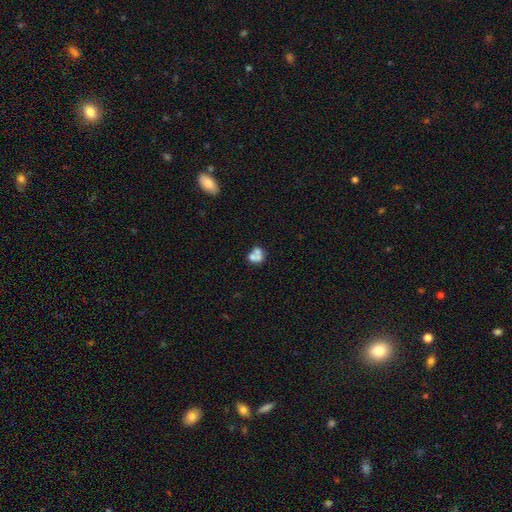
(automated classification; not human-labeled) A smooth galaxy with no disk features (58%) that is round (53%). Merging: merger (59%).